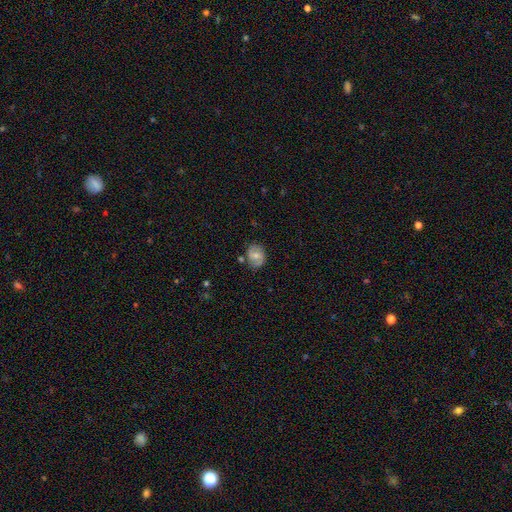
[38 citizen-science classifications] smooth_or_featured: smooth (p=0.55) [alt: featured or disk p=0.42]
how_rounded: round (p=0.57) [alt: in between p=0.43]
merging: none (p=0.65) [alt: minor disturbance p=0.19]